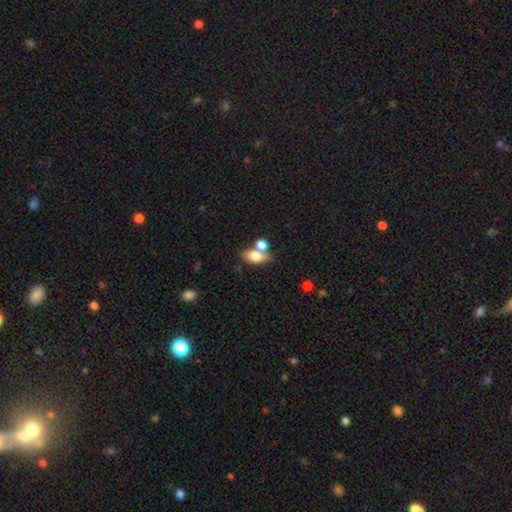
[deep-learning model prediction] smooth-or-featured: smooth: 74% | featured or disk: 17% | star or artifact: 9%
  how-rounded: in between: 80% | round: 14% | cigar-shaped: 6%
  merging: none: 44% | merger: 39% | minor disturbance: 12% | major disturbance: 5%